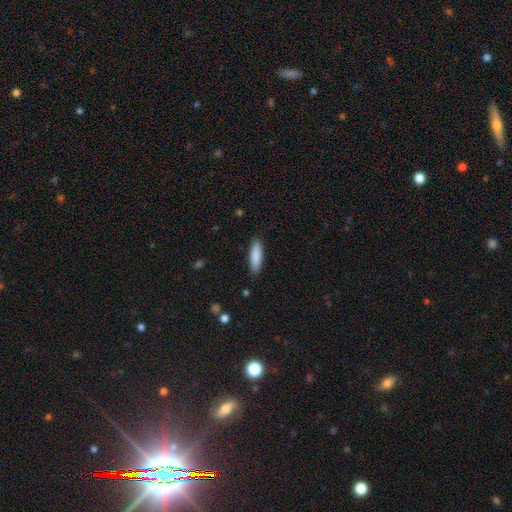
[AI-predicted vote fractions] smooth 87%, featured or disk 7%, star or artifact 6%. Down the decision tree: how rounded — cigar-shaped (61%); merging — none (88%).